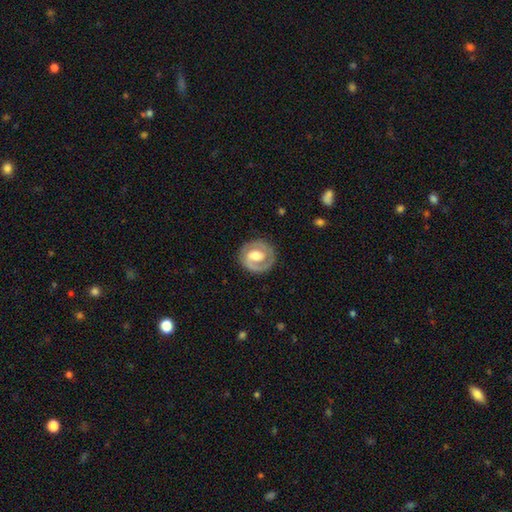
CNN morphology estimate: This is likely a featured or disk galaxy (75%). It is clearly not viewed edge-on (97%). Bar: possibly weak (46%). Spiral arm pattern: clearly yes (81%). Spiral arm count: likely 2 (62%). Spiral winding: possibly tight (58%). Central bulge: possibly moderate (56%). Merging: clearly none (82%).